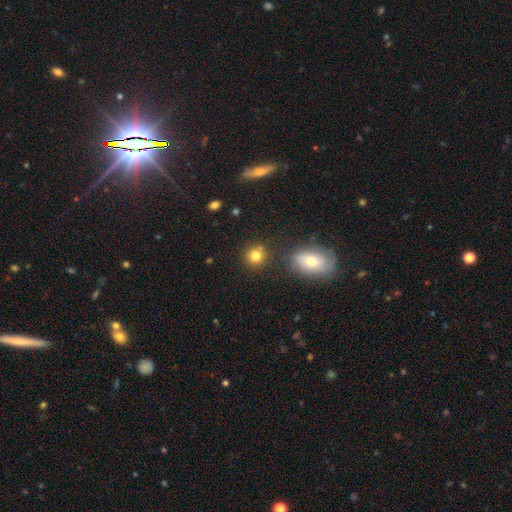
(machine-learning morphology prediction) smooth 81%, star or artifact 12%, featured or disk 7%. Down the decision tree: how rounded — round (86%); merging — none (79%).